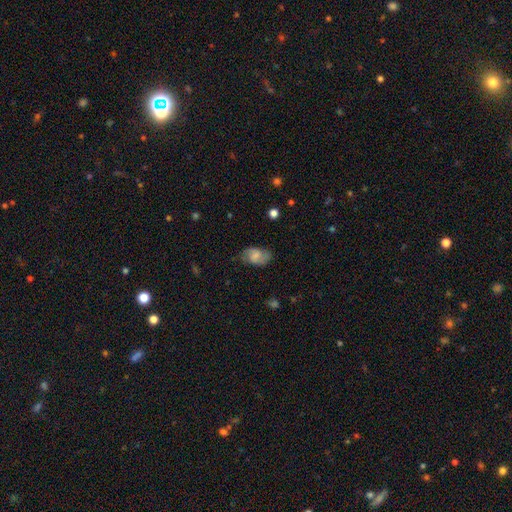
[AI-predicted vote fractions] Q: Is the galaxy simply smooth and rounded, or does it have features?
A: smooth — 63%.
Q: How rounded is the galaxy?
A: in between — 89%.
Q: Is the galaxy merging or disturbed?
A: none — 67%.